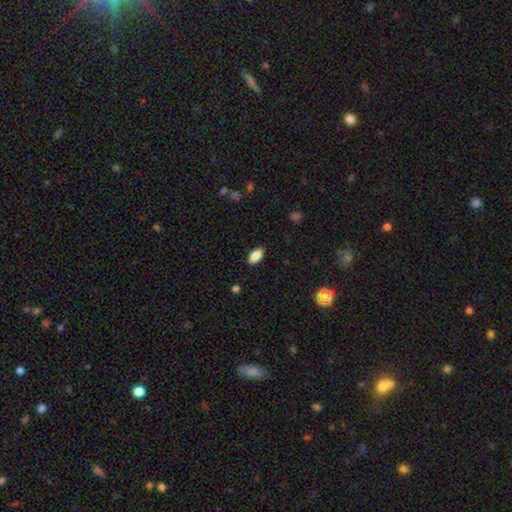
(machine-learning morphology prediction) smooth 86%, star or artifact 8%, featured or disk 6%. Down the decision tree: how rounded — in between (91%); merging — none (89%).